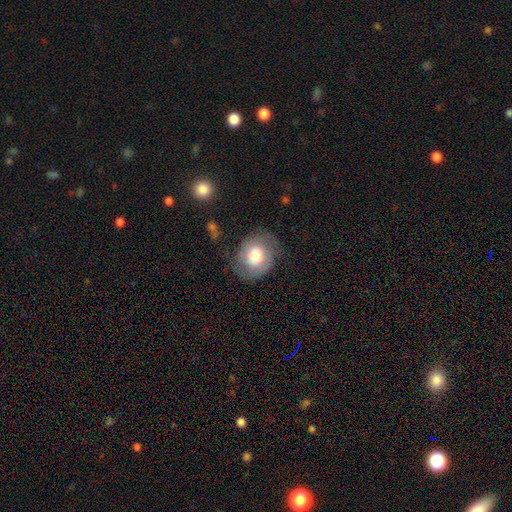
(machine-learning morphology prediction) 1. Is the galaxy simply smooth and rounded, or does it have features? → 56% smooth, 37% featured or disk, 8% star or artifact.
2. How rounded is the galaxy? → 54% round, 45% in between, 1% cigar-shaped.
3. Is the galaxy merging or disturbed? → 65% none, 22% minor disturbance, 11% major disturbance, 2% merger.